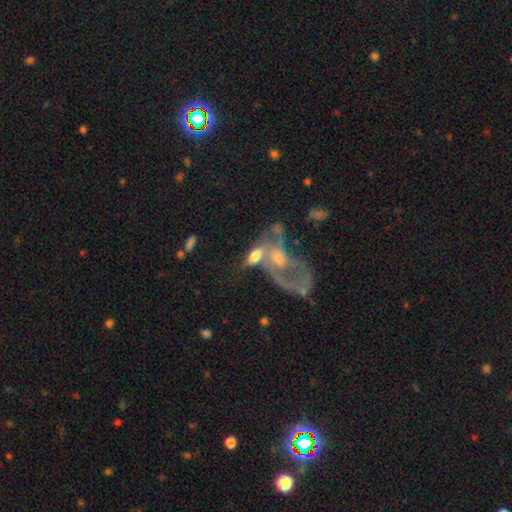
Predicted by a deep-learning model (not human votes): smooth-or-featured: featured or disk: 46% | smooth: 44% | star or artifact: 10%
  merging: merger: 58% | none: 17% | major disturbance: 16% | minor disturbance: 9%